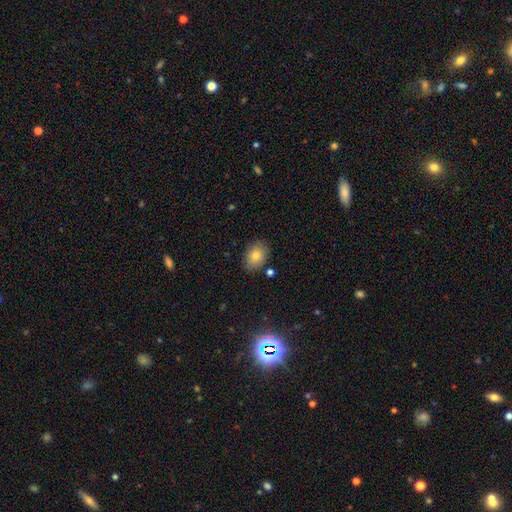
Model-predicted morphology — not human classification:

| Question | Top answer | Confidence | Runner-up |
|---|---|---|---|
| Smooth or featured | smooth | 79% | featured or disk (12%) |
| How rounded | in between | 72% | round (27%) |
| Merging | none | 83% | minor disturbance (12%) |